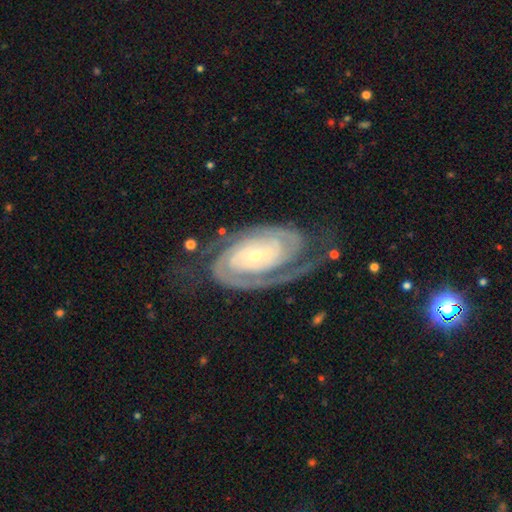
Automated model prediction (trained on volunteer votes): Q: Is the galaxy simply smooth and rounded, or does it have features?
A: featured or disk — 90%.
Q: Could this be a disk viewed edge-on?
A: no — 96%.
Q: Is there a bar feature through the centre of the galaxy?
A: no — 64%.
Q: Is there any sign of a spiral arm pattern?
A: yes — 98%.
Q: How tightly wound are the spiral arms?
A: tight — 76%.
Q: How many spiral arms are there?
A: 2 — 70%.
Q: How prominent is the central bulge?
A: small — 80%.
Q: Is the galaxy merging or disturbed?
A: none — 65%.